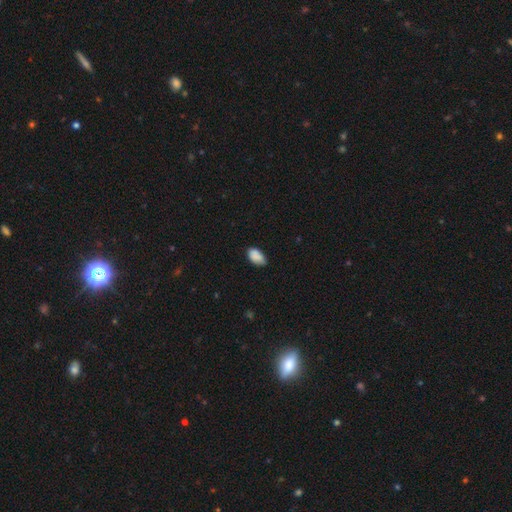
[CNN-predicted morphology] Smooth or featured?
  - smooth: 87% *
  - star or artifact: 7%
  - featured or disk: 6%
How rounded?
  - in between: 93% *
  - round: 6%
  - cigar-shaped: 2%
Merging?
  - none: 64% *
  - minor disturbance: 30%
  - major disturbance: 4%
  - merger: 2%